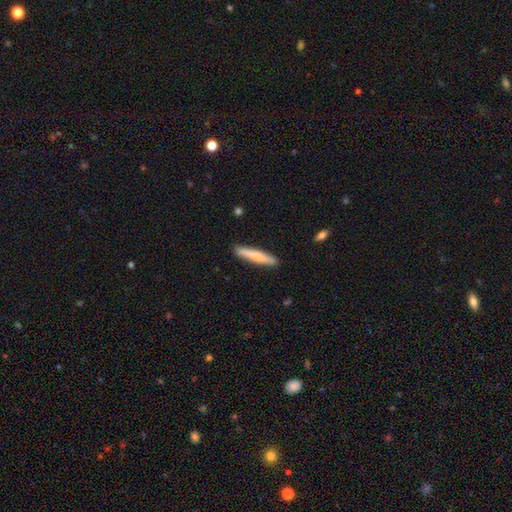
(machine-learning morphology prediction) A smooth galaxy with no disk features (75%) that is cigar-shaped (93%).

Vote fractions:
- Smooth or featured? smooth: 75% / featured or disk: 20% / star or artifact: 5%
- How rounded? cigar-shaped: 93% / in between: 5% / round: 1%
- Merging? none: 88% / minor disturbance: 9% / major disturbance: 2% / merger: 1%